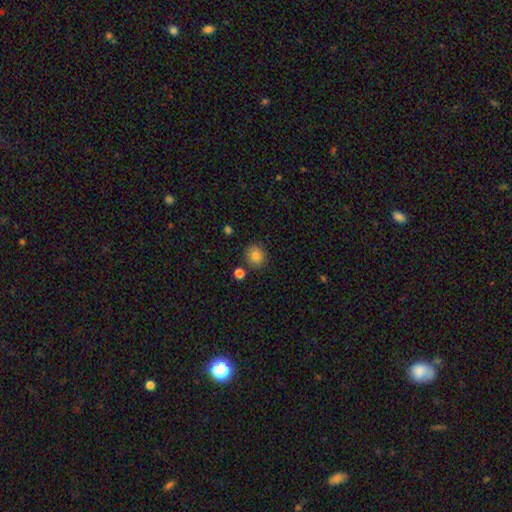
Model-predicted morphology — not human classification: Smooth or featured: smooth — 83% (star or artifact — 10%)
How rounded: round — 85% (in between — 14%)
Merging: none — 84% (minor disturbance — 9%)